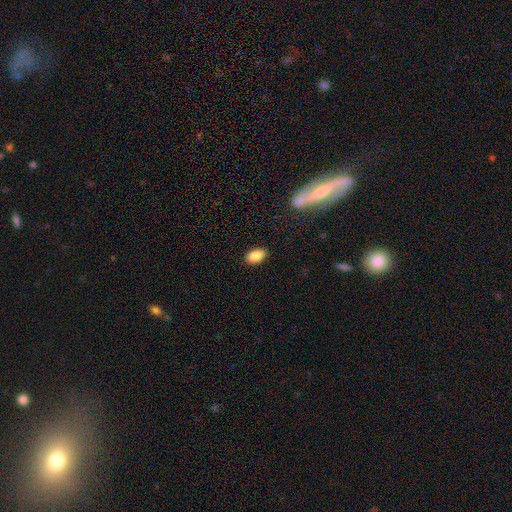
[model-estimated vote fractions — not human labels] Smooth or featured?
  - smooth: 89% *
  - star or artifact: 7%
  - featured or disk: 4%
How rounded?
  - in between: 93% *
  - round: 5%
  - cigar-shaped: 2%
Merging?
  - none: 89% *
  - minor disturbance: 8%
  - major disturbance: 2%
  - merger: 1%